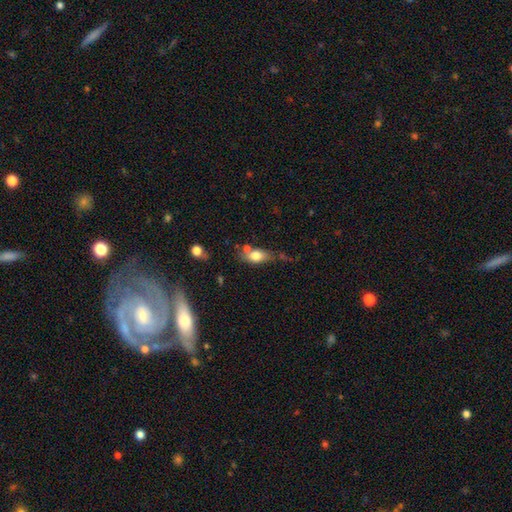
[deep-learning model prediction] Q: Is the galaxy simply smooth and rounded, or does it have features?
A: smooth — 74%.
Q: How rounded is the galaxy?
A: in between — 80%.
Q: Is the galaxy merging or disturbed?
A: none — 53%.